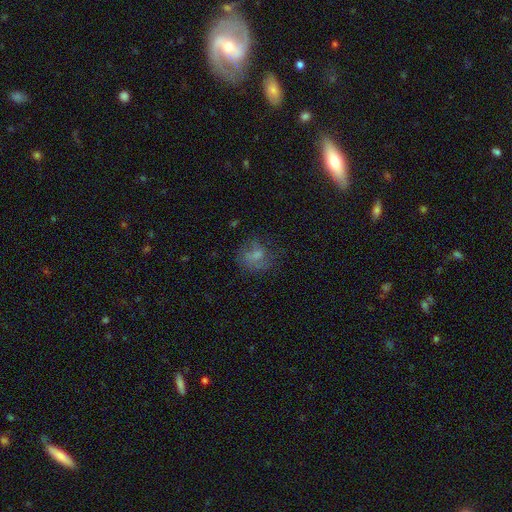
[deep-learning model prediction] Smooth or featured: smooth — 56% (featured or disk — 28%)
How rounded: round — 60% (in between — 38%)
Merging: none — 49% (major disturbance — 24%)